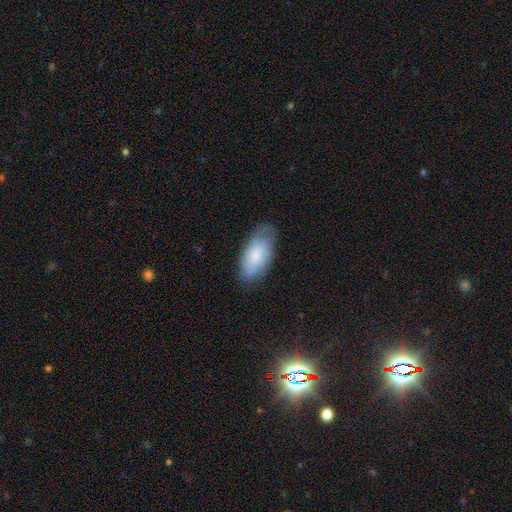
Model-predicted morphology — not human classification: Q: Smooth or featured?
A: smooth (72%); runner-up: featured or disk (21%)
Q: How rounded?
A: in between (92%); runner-up: cigar-shaped (6%)
Q: Merging?
A: none (69%); runner-up: minor disturbance (24%)